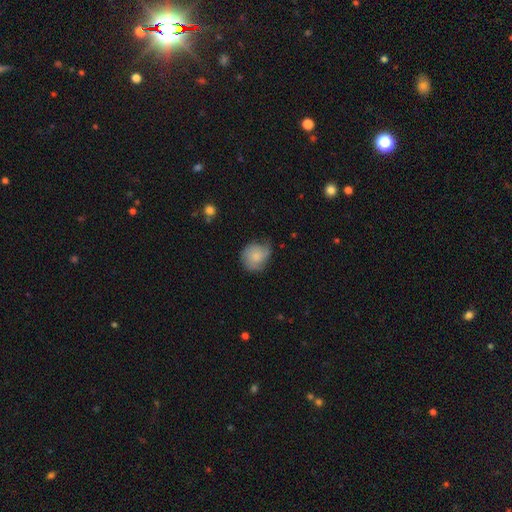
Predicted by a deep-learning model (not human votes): A smooth galaxy with no disk features (71%) that is round (72%). Merging: none (51%).